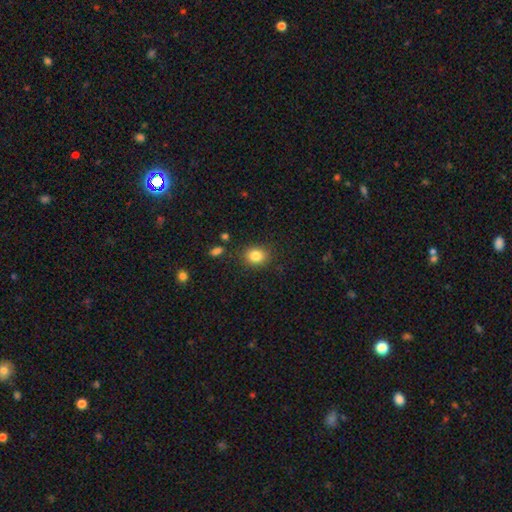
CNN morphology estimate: This appears to be a smooth galaxy with no disk features (84%) that is round (60%). Merging: none (85%).